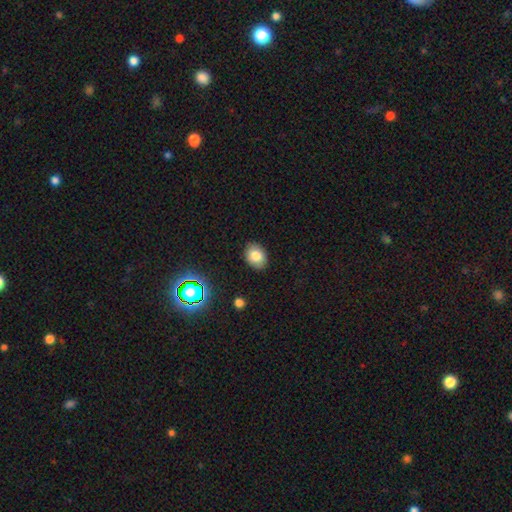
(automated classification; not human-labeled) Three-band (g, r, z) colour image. It shows a smooth galaxy with no disk features (80%) that is in between round and cigar-shaped (70%). Merging: none (86%).